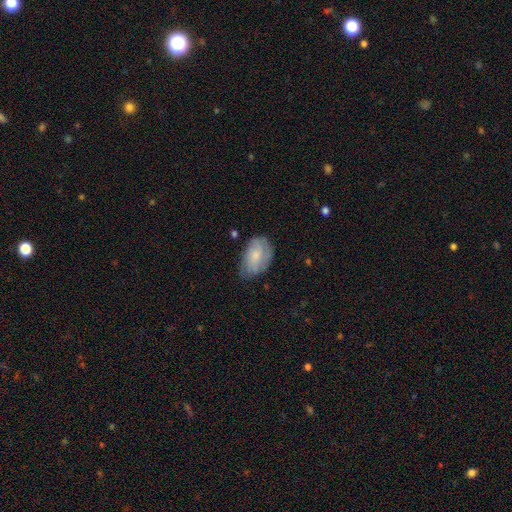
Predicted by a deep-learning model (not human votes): Smooth or featured? Predicted: smooth (p=0.67). How rounded? Predicted: in between (p=0.90). Merging? Predicted: none (p=0.59).